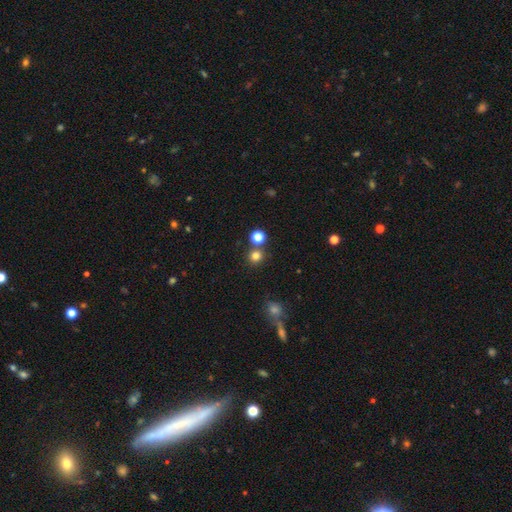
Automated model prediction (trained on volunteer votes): smooth-or-featured: smooth: 78% | star or artifact: 17% | featured or disk: 5%
  how-rounded: round: 92% | in between: 7% | cigar-shaped: 1%
  merging: none: 78% | merger: 13% | minor disturbance: 7% | major disturbance: 3%